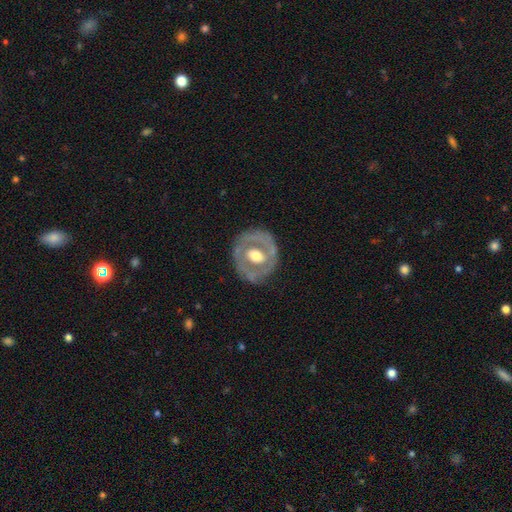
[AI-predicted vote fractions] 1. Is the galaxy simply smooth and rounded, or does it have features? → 66% featured or disk, 29% smooth, 5% star or artifact.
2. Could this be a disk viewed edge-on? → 95% no, 5% yes.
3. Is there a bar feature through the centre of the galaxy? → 68% no, 23% weak, 9% strong.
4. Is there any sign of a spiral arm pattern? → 75% no, 25% yes.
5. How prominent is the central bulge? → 62% moderate, 29% large, 6% small, 2% dominant, 1% none.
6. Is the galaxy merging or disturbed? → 74% none, 17% minor disturbance, 7% major disturbance, 2% merger.